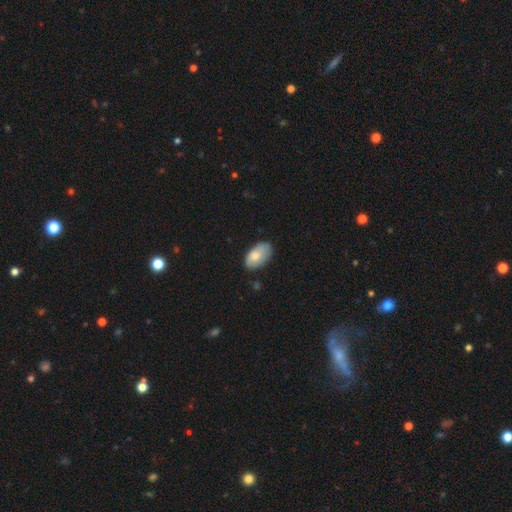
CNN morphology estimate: Smooth or featured: smooth — 77% (featured or disk — 17%)
How rounded: in between — 94% (round — 4%)
Merging: none — 71% (minor disturbance — 23%)